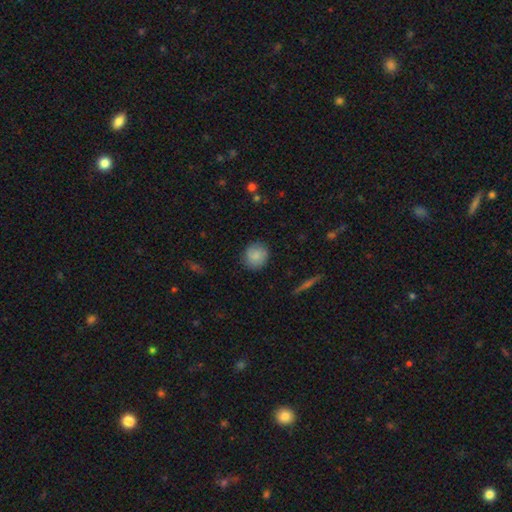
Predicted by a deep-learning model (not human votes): smooth 83%, featured or disk 10%, star or artifact 7%. Down the decision tree: how rounded — round (88%); merging — none (84%).